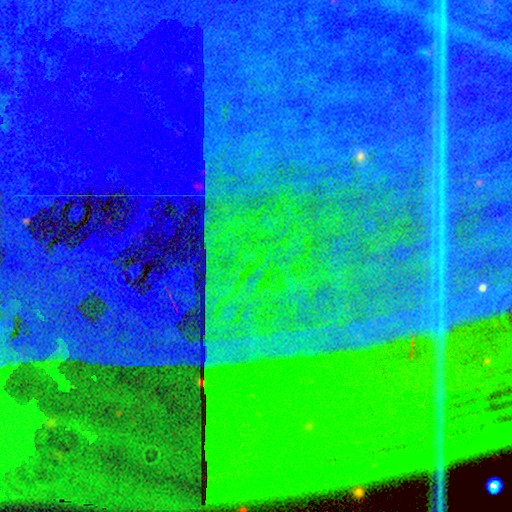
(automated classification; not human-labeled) The model was most divided on "smooth or featured": star or artifact: 87%, featured or disk: 7%, smooth: 6%.